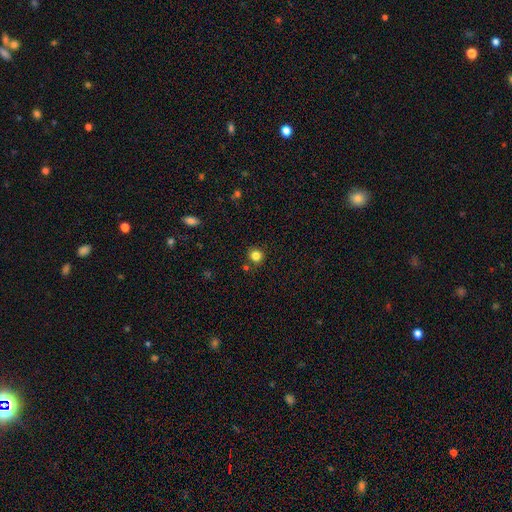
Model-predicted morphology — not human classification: A smooth galaxy with no disk features (83%) that is round (90%).

Vote fractions:
- Smooth or featured? smooth: 83% / star or artifact: 13% / featured or disk: 4%
- How rounded? round: 90% / in between: 9% / cigar-shaped: 1%
- Merging? none: 85% / minor disturbance: 8% / merger: 5% / major disturbance: 2%